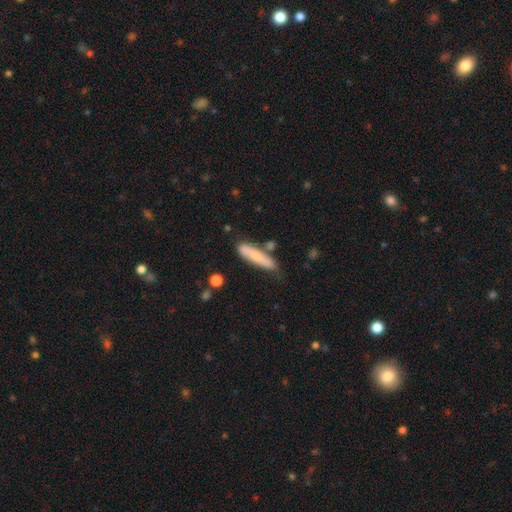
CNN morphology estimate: A smooth galaxy with no disk features (68%) that is cigar-shaped (77%).

Vote fractions:
- Smooth or featured? smooth: 68% / featured or disk: 25% / star or artifact: 6%
- How rounded? cigar-shaped: 77% / in between: 22% / round: 2%
- Merging? none: 64% / minor disturbance: 22% / merger: 9% / major disturbance: 5%